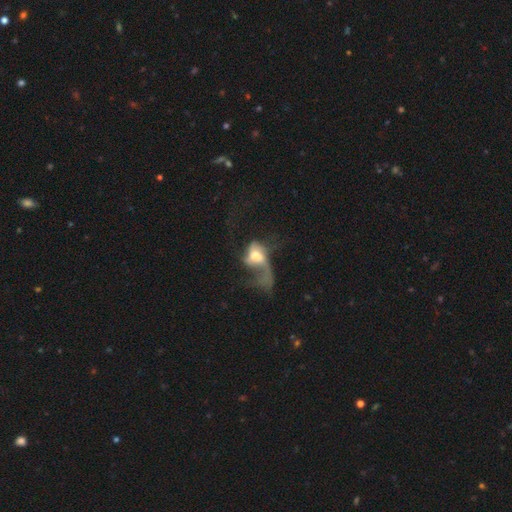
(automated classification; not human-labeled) Overall: featured or disk (54%; smooth 36%). Edge-on disk: no (96%). Bar: no (67%). Spiral arms: yes (56%; no 44%). Bulge size: moderate (40%; large 36%). Merging: major disturbance (64%).